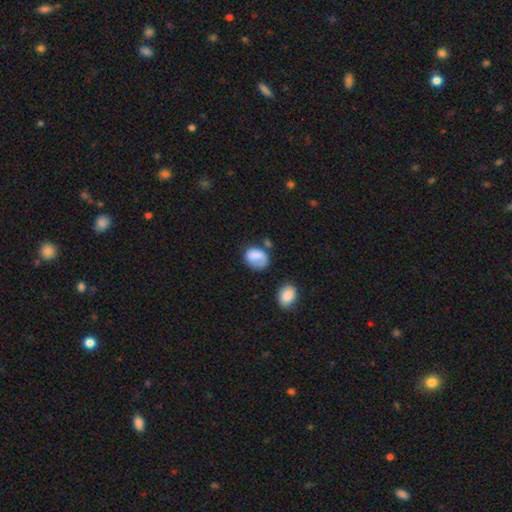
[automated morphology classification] smooth 78%, featured or disk 14%, star or artifact 8%. Down the decision tree: how rounded — in between (53%); merging — none (49%).